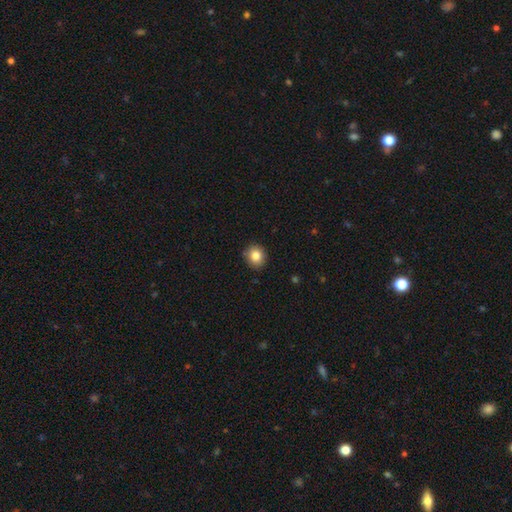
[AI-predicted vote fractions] Smooth or featured: smooth — 84% (star or artifact — 10%)
How rounded: round — 83% (in between — 16%)
Merging: none — 88% (minor disturbance — 9%)